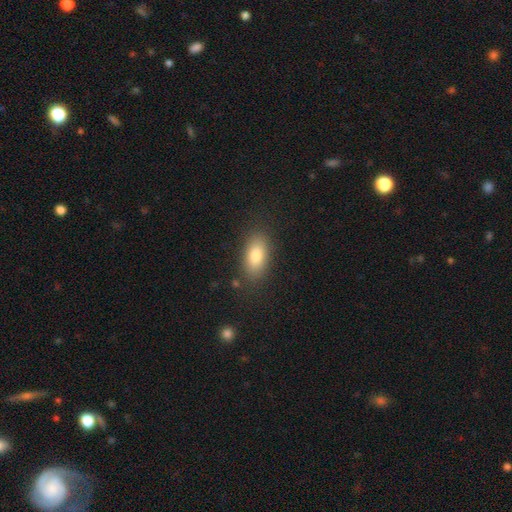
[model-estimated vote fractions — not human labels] Q: Smooth or featured?
A: smooth (81%); runner-up: featured or disk (11%)
Q: How rounded?
A: in between (87%); runner-up: cigar-shaped (7%)
Q: Merging?
A: none (84%); runner-up: minor disturbance (11%)